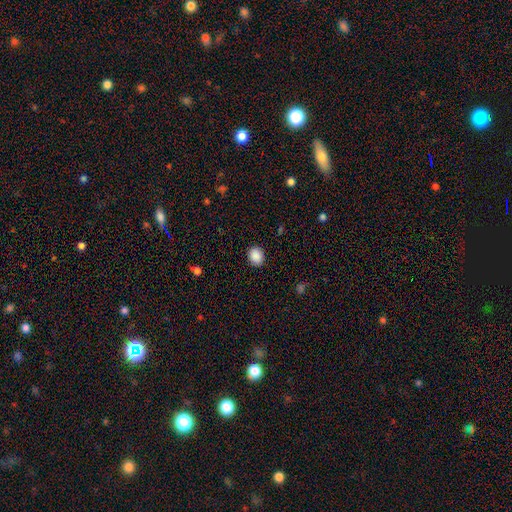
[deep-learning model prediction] This is clearly a smooth galaxy (89%). How rounded: possibly round (60%). Merging: clearly none (89%).